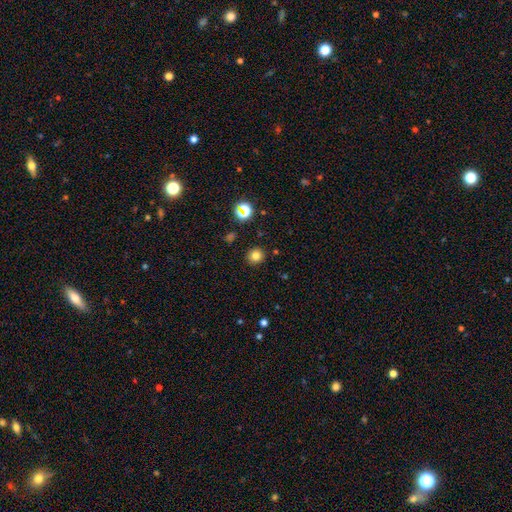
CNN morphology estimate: Smooth or featured: smooth — 78% (star or artifact — 16%)
How rounded: round — 90% (in between — 10%)
Merging: none — 90% (minor disturbance — 6%)